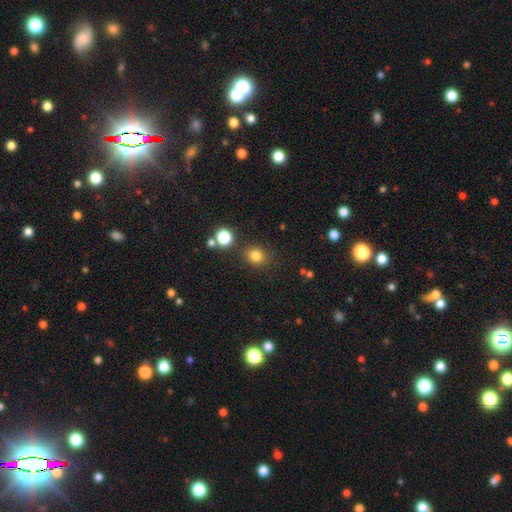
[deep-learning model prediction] Smooth or featured: smooth — 80% (star or artifact — 14%)
How rounded: round — 71% (in between — 28%)
Merging: none — 82% (minor disturbance — 10%)